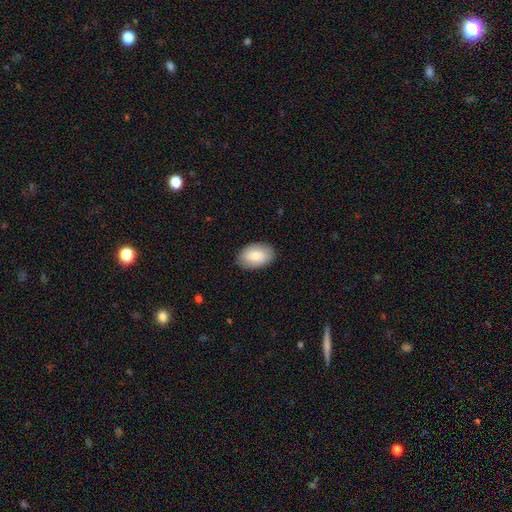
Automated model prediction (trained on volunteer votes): The model was most divided on "smooth or featured": smooth: 79%, featured or disk: 15%, star or artifact: 6%. More confident: how rounded — in between (90%); merging — none (86%).